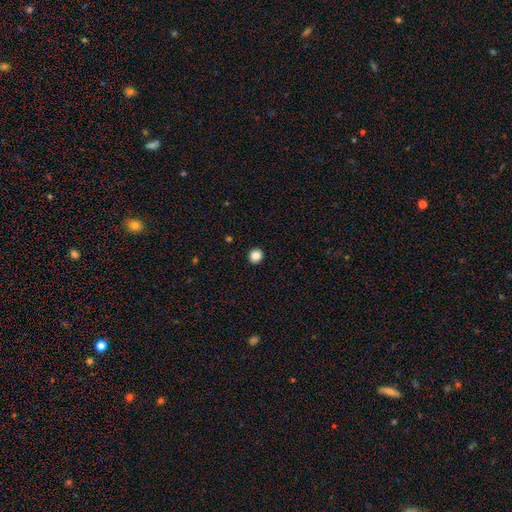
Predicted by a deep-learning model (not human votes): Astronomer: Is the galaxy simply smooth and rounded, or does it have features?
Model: smooth — 86%.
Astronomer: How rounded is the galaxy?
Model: round — 94%.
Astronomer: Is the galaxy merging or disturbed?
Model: none — 94%.